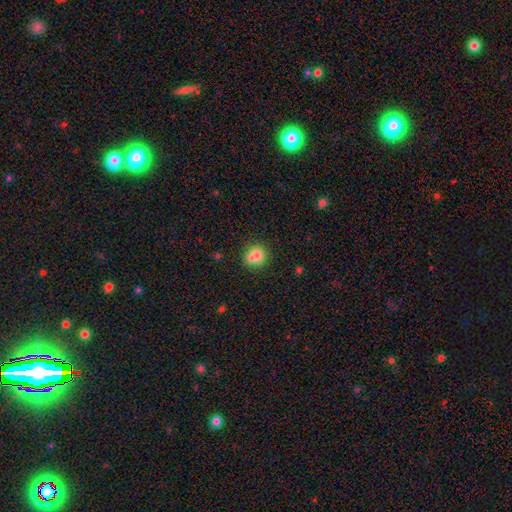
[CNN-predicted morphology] Smooth or featured? Predicted: smooth (p=0.72). How rounded? Predicted: round (p=0.82). Merging? Predicted: none (p=0.48).